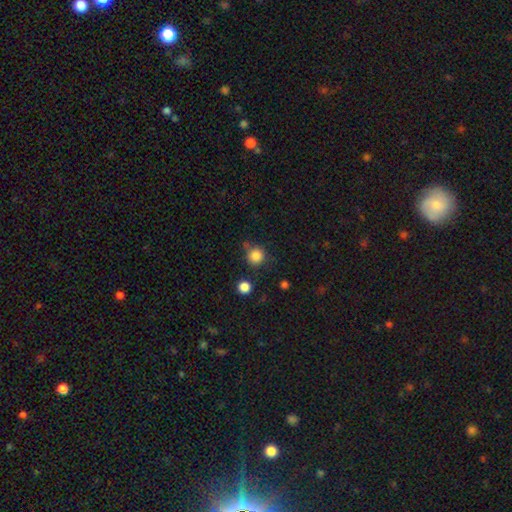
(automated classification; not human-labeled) Q: Smooth or featured?
A: smooth (85%); runner-up: star or artifact (11%)
Q: How rounded?
A: round (92%); runner-up: in between (7%)
Q: Merging?
A: none (73%); runner-up: minor disturbance (14%)